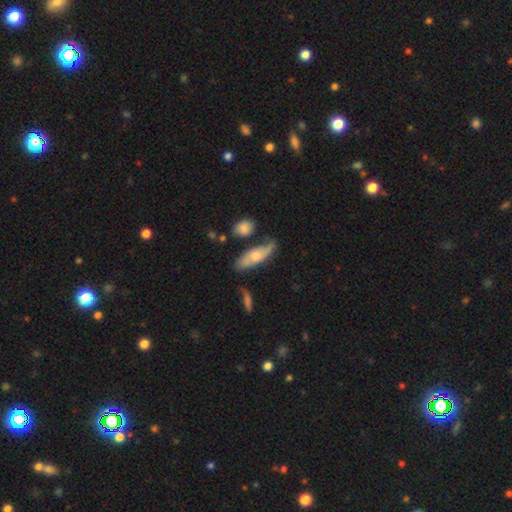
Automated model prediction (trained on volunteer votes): featured or disk 50%, smooth 43%, star or artifact 6%. Down the decision tree: edge-on disk — no (68%); merging — none (54%).